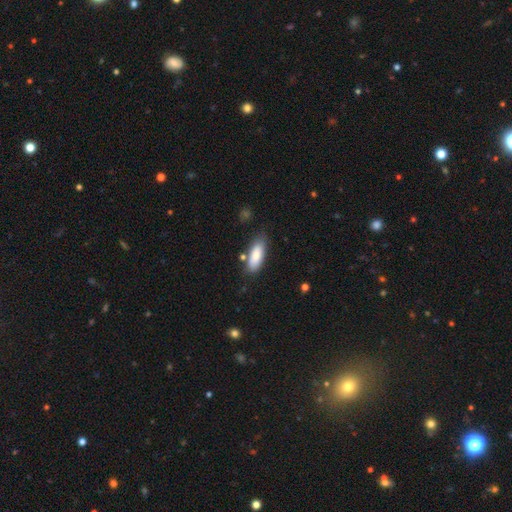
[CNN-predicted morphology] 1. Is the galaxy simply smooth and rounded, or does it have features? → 83% smooth, 11% featured or disk, 6% star or artifact.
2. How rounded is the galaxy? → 72% in between, 26% cigar-shaped, 2% round.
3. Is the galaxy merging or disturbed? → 73% none, 18% minor disturbance, 6% merger, 4% major disturbance.